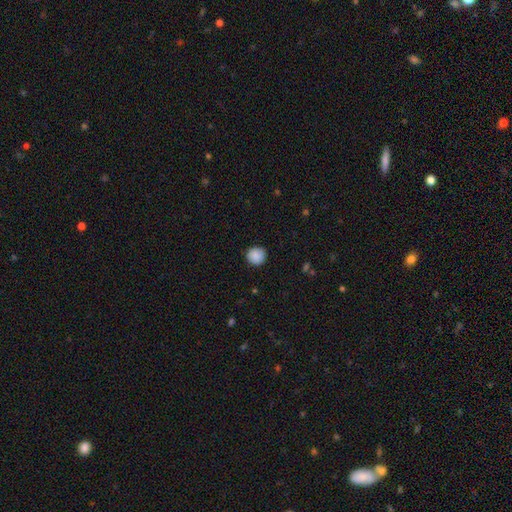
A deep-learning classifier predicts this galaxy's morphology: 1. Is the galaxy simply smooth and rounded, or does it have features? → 88% smooth, 8% star or artifact, 5% featured or disk.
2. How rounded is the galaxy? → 92% round, 7% in between, 1% cigar-shaped.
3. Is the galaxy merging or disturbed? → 88% none, 9% minor disturbance, 2% major disturbance, 1% merger.